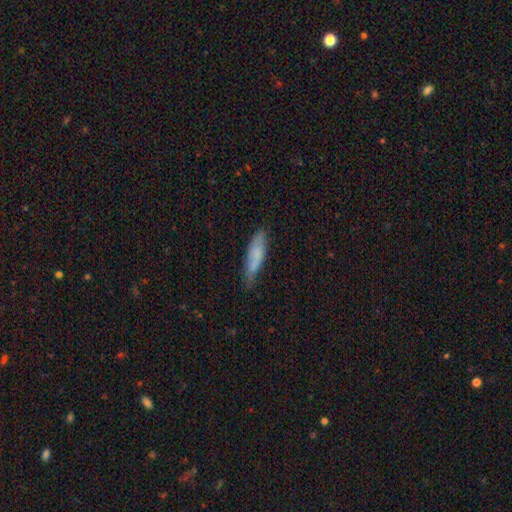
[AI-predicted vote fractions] This is likely a smooth galaxy (70%). How rounded: likely cigar-shaped (66%). Merging: likely none (65%).